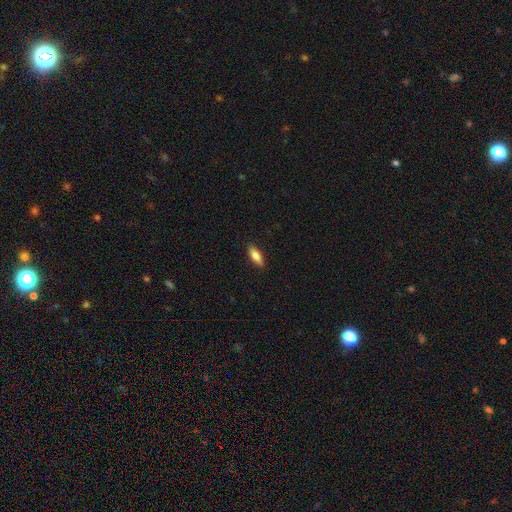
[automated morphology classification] smooth-or-featured: smooth: 82% | featured or disk: 12% | star or artifact: 6%
  how-rounded: in between: 68% | cigar-shaped: 30% | round: 2%
  merging: none: 90% | minor disturbance: 8% | major disturbance: 2% | merger: 1%